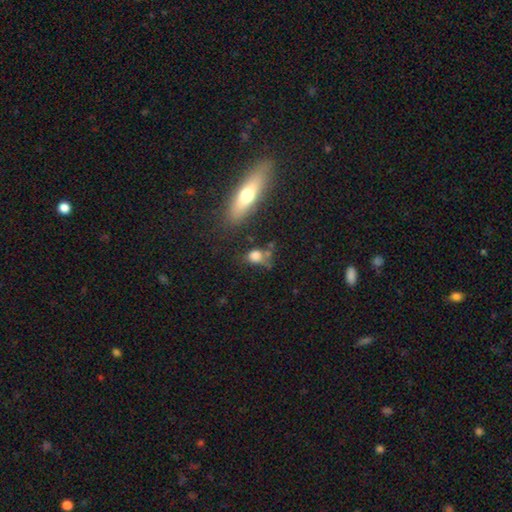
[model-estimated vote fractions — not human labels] This appears to be a smooth galaxy with no disk features (75%) that is in between round and cigar-shaped (48%). Merging: none (47%).